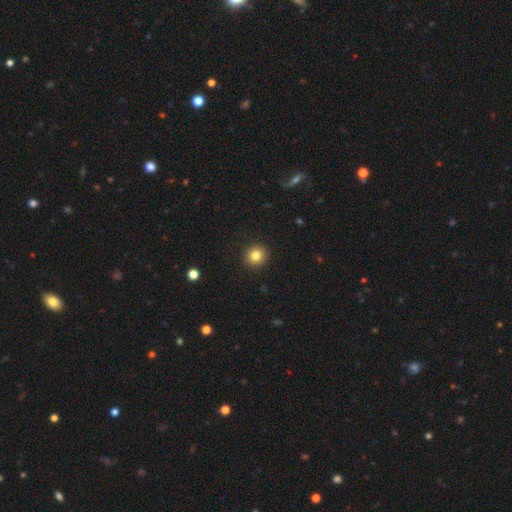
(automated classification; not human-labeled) smooth_or_featured: smooth (p=0.82) [alt: star or artifact p=0.11]
how_rounded: round (p=0.91) [alt: in between p=0.08]
merging: none (p=0.92) [alt: minor disturbance p=0.05]